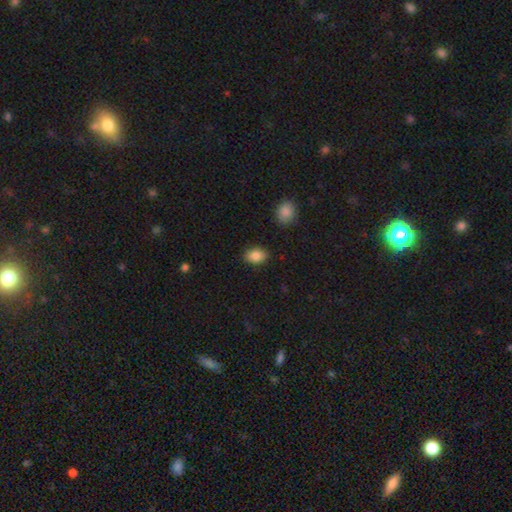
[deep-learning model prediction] smooth 87%, star or artifact 8%, featured or disk 5%. Down the decision tree: how rounded — in between (80%); merging — none (87%).